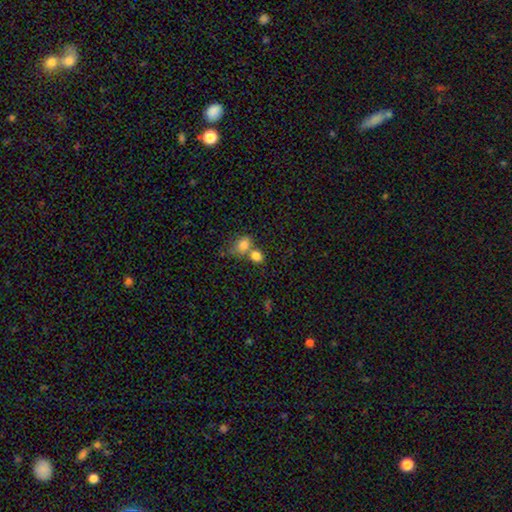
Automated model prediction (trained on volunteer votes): This is clearly a smooth galaxy (81%). How rounded: possibly in between (50%). Merging: possibly merger (50%).